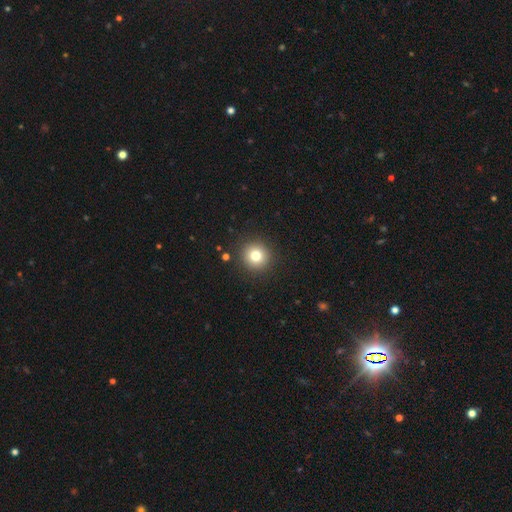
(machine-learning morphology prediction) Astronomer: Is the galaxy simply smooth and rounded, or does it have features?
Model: smooth — 78%.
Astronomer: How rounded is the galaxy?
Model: round — 95%.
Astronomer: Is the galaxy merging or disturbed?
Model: none — 91%.